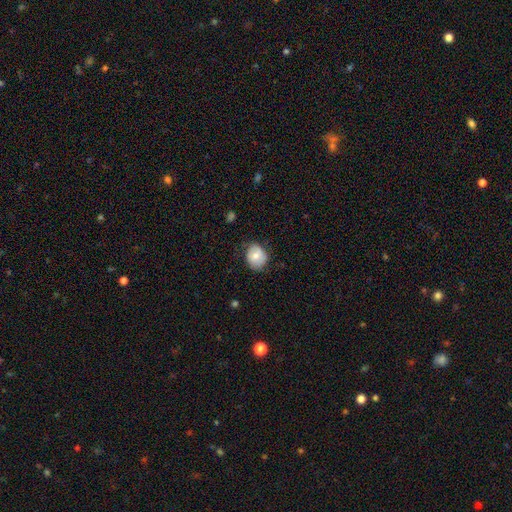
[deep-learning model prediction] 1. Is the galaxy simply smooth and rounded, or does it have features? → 70% smooth, 22% featured or disk, 8% star or artifact.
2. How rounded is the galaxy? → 59% round, 40% in between, 1% cigar-shaped.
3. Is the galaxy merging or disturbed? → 67% none, 26% minor disturbance, 6% major disturbance, 1% merger.